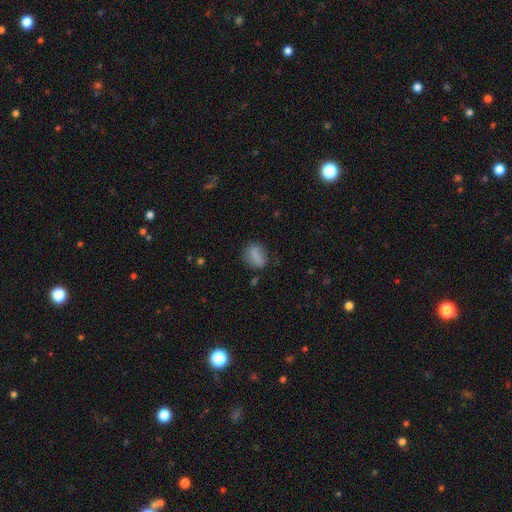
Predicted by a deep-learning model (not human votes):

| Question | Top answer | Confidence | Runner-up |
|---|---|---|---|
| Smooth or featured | smooth | 83% | star or artifact (10%) |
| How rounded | in between | 70% | round (27%) |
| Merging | none | 71% | minor disturbance (20%) |